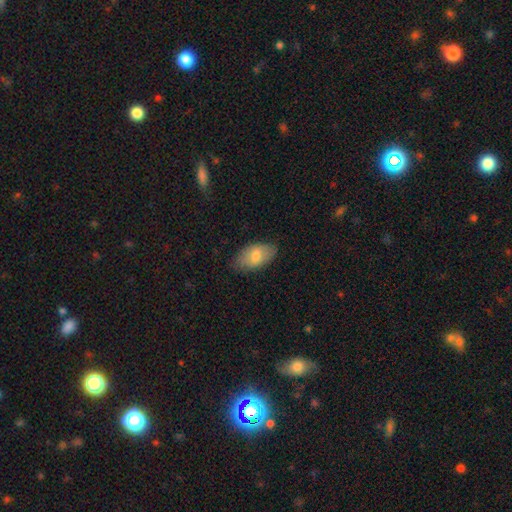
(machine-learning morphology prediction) Smooth or featured? Predicted: smooth (p=0.72). How rounded? Predicted: in between (p=0.93). Merging? Predicted: none (p=0.79).